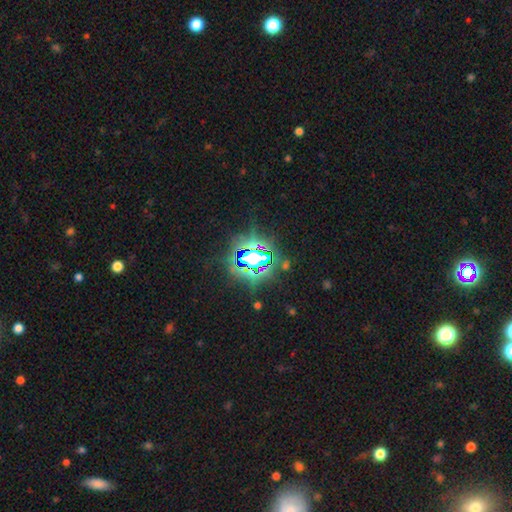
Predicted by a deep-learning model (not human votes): star or artifact 81%, smooth 11%, featured or disk 8%.